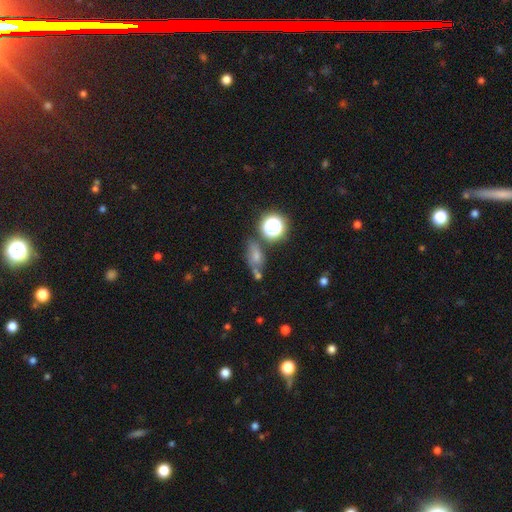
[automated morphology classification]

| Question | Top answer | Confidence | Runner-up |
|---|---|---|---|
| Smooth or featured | smooth | 58% | star or artifact (22%) |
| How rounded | in between | 71% | round (23%) |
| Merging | none | 51% | minor disturbance (21%) |